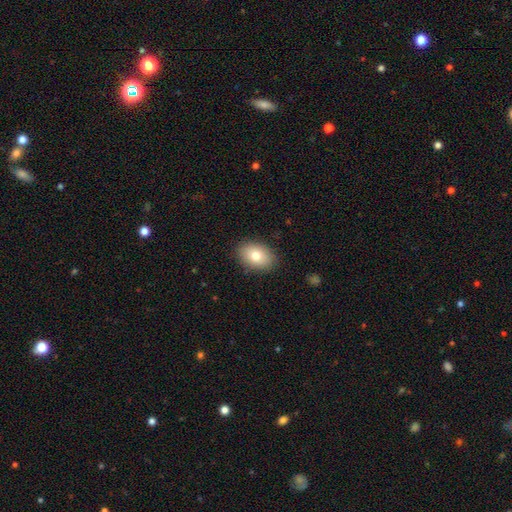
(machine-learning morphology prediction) This appears to be a smooth galaxy with no disk features (78%) that is in between round and cigar-shaped (80%). Merging: none (88%).